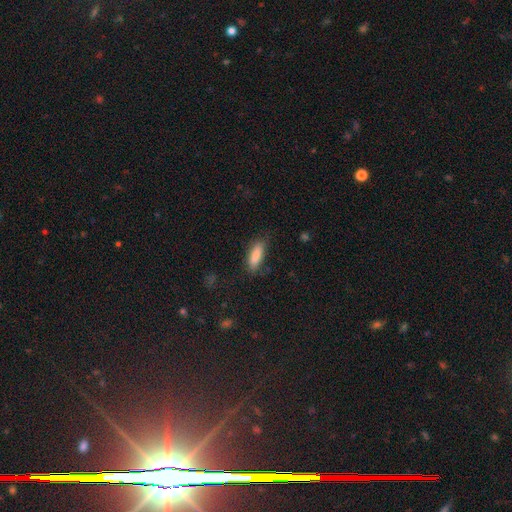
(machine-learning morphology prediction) smooth 86%, featured or disk 7%, star or artifact 7%. Down the decision tree: how rounded — in between (60%); merging — none (78%).